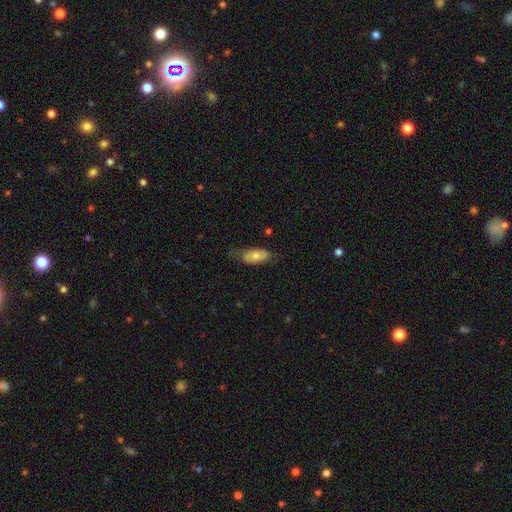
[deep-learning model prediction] smooth-or-featured: smooth: 67% | featured or disk: 27% | star or artifact: 7%
  how-rounded: in between: 87% | cigar-shaped: 10% | round: 3%
  merging: none: 60% | minor disturbance: 29% | major disturbance: 10% | merger: 2%